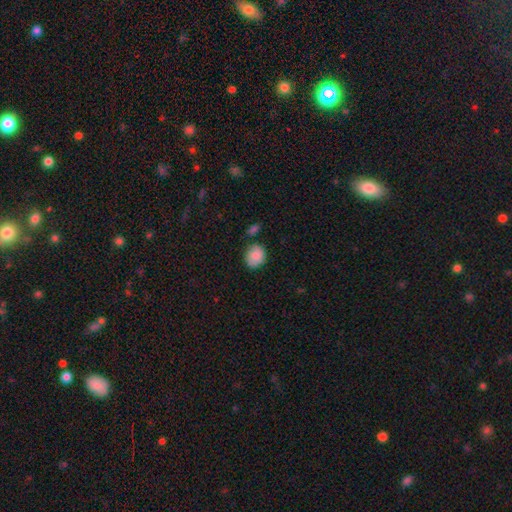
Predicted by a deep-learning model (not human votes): This is clearly a smooth galaxy (85%). How rounded: possibly round (56%). Merging: likely none (69%).